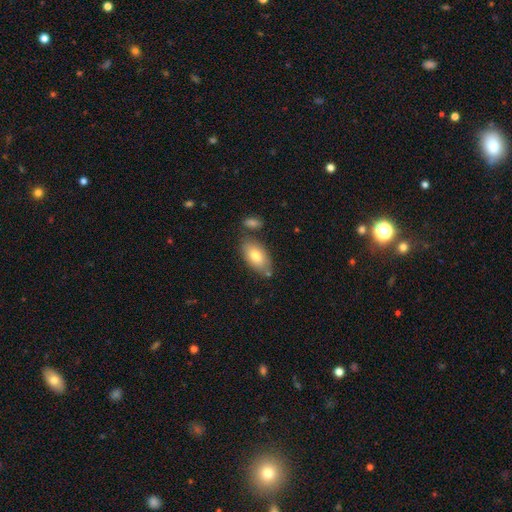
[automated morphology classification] smooth-or-featured: smooth: 76% | featured or disk: 17% | star or artifact: 7%
  how-rounded: in between: 93% | round: 4% | cigar-shaped: 3%
  merging: none: 70% | minor disturbance: 15% | merger: 11% | major disturbance: 3%